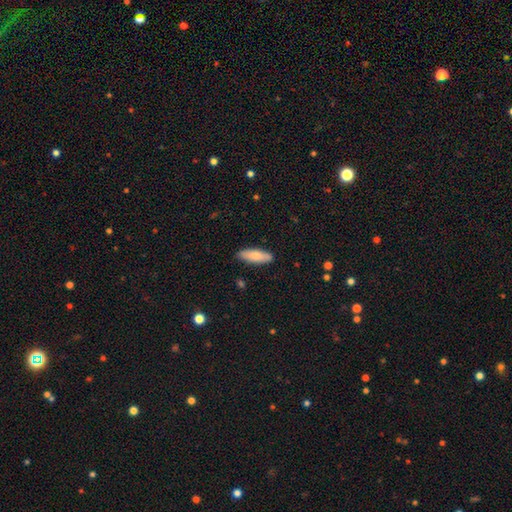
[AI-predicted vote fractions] Q: Smooth or featured?
A: smooth (83%); runner-up: featured or disk (12%)
Q: How rounded?
A: in between (56%); runner-up: cigar-shaped (43%)
Q: Merging?
A: none (86%); runner-up: minor disturbance (11%)